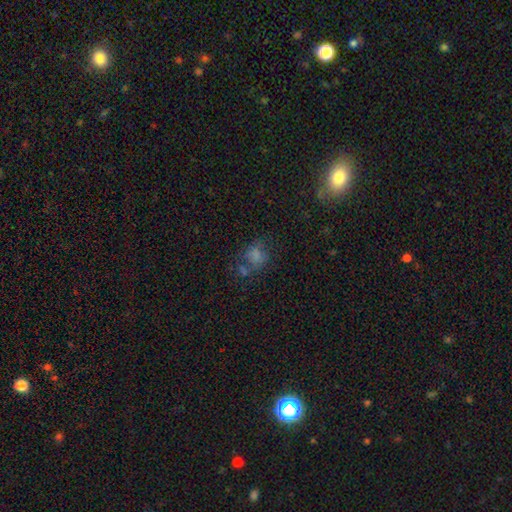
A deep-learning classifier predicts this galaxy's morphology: type=smooth (61%); roundness=round (56%); merging=none (45%).